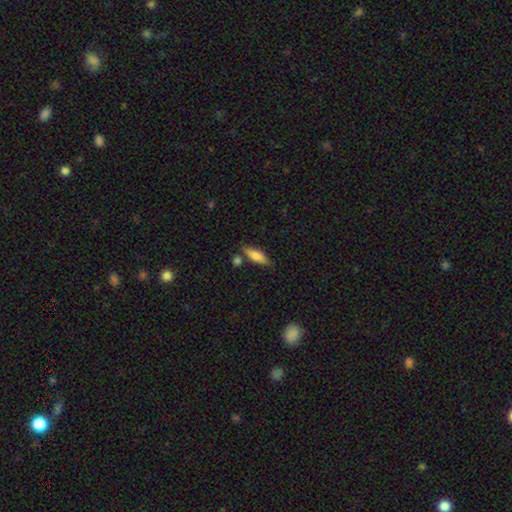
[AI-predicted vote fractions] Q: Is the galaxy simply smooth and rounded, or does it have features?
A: smooth — 71%.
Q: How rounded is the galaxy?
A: in between — 54%.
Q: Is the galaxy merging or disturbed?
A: none — 73%.